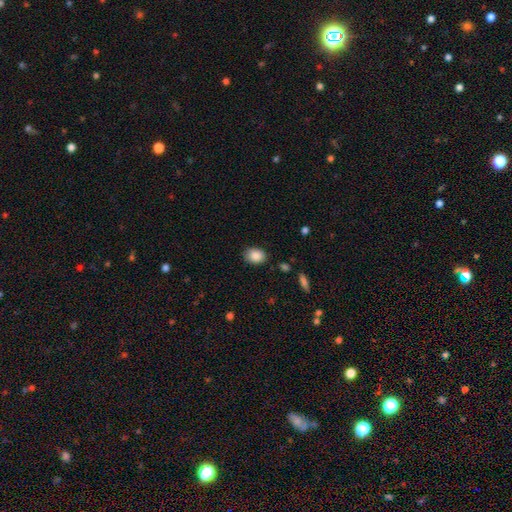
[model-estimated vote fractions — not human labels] Smooth or featured?
  - smooth: 87% *
  - star or artifact: 8%
  - featured or disk: 5%
How rounded?
  - in between: 66% *
  - round: 33%
  - cigar-shaped: 1%
Merging?
  - none: 83% *
  - minor disturbance: 13%
  - major disturbance: 3%
  - merger: 2%